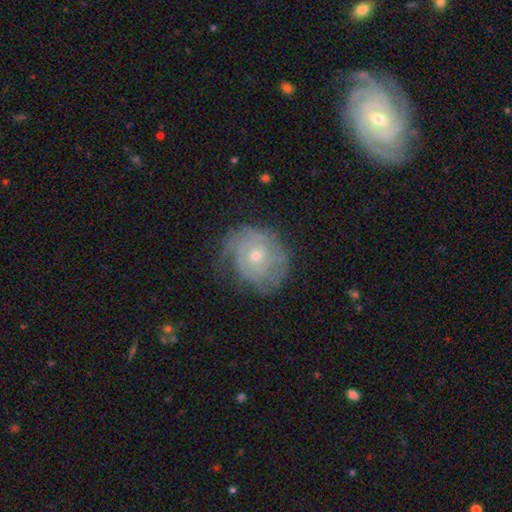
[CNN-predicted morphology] featured or disk 75%, smooth 19%, star or artifact 7%. Down the decision tree: edge-on disk — no (97%); bar — no (78%); spiral arms — yes (87%); spiral arm count — can't tell (48%); spiral winding — tight (65%); bulge size — moderate (50%); merging — none (64%).